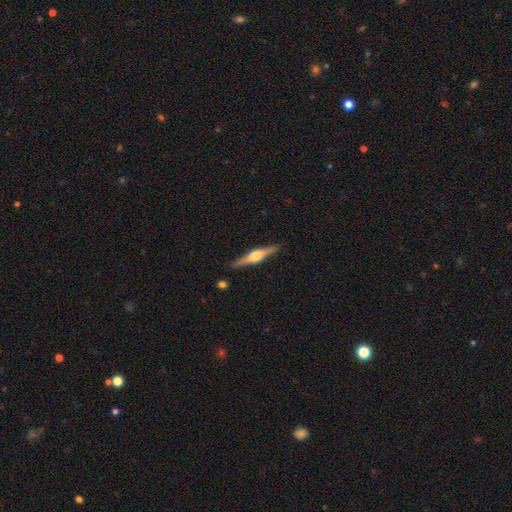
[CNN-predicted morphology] type=featured or disk (75%); edge-on=yes (98%); edge-on bulge=rounded (93%); merging=none (88%).